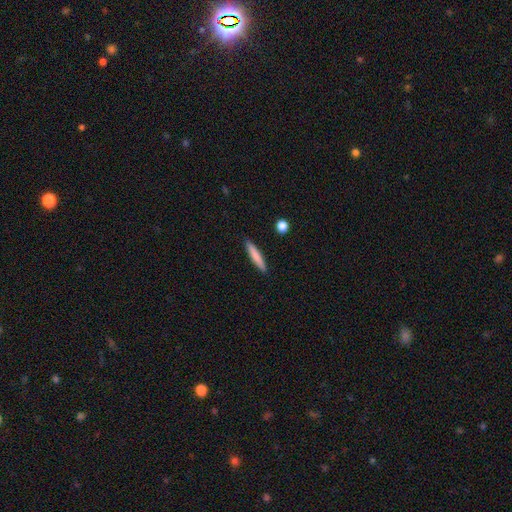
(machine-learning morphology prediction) smooth-or-featured: smooth: 78% | featured or disk: 16% | star or artifact: 6%
  how-rounded: cigar-shaped: 92% | in between: 7% | round: 1%
  merging: none: 90% | minor disturbance: 7% | major disturbance: 2% | merger: 2%